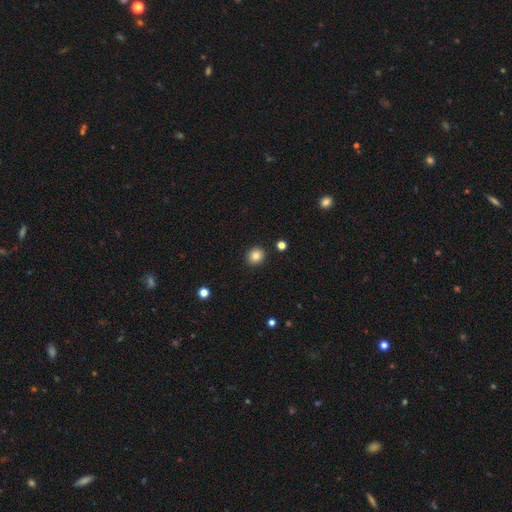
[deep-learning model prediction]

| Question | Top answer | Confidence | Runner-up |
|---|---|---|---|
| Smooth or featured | smooth | 84% | star or artifact (10%) |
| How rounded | round | 89% | in between (10%) |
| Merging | none | 92% | minor disturbance (5%) |